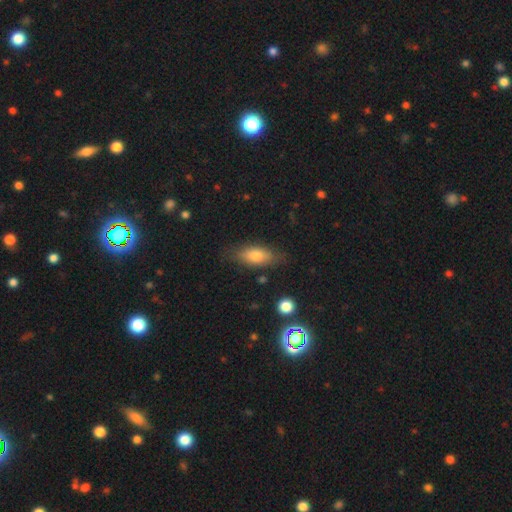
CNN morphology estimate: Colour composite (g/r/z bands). It shows a smooth galaxy with no disk features (74%) that is in between round and cigar-shaped (81%). Merging: none (76%).